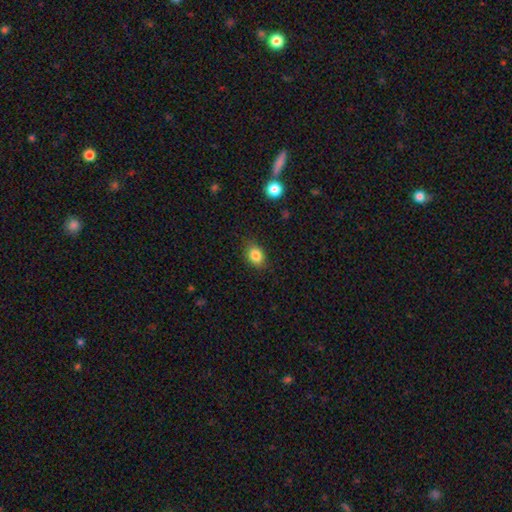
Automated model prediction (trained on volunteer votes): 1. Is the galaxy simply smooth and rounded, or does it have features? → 83% smooth, 10% star or artifact, 7% featured or disk.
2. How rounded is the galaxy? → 63% in between, 36% round, 1% cigar-shaped.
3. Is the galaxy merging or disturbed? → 83% none, 13% minor disturbance, 3% major disturbance, 1% merger.